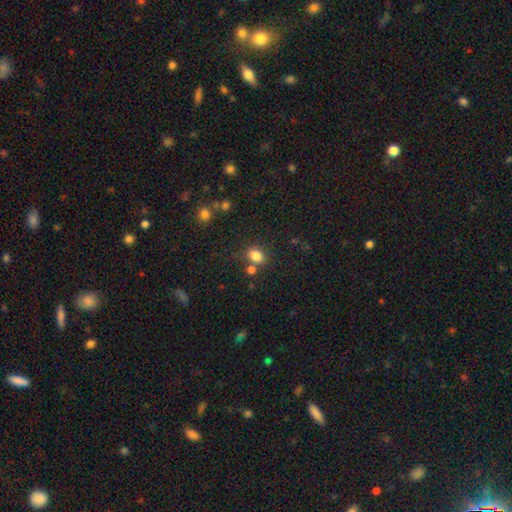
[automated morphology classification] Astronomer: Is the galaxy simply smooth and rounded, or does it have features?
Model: smooth — 82%.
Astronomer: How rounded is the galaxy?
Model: in between — 69%.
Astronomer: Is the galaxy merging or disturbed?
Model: none — 65%.